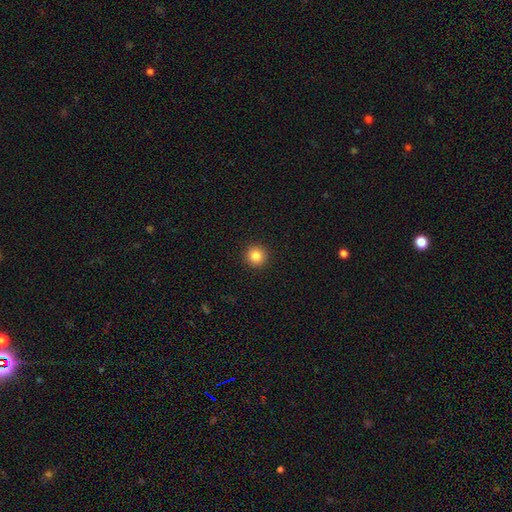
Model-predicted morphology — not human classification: Q: Smooth or featured?
A: smooth (85%); runner-up: star or artifact (11%)
Q: How rounded?
A: round (95%); runner-up: in between (4%)
Q: Merging?
A: none (93%); runner-up: minor disturbance (4%)